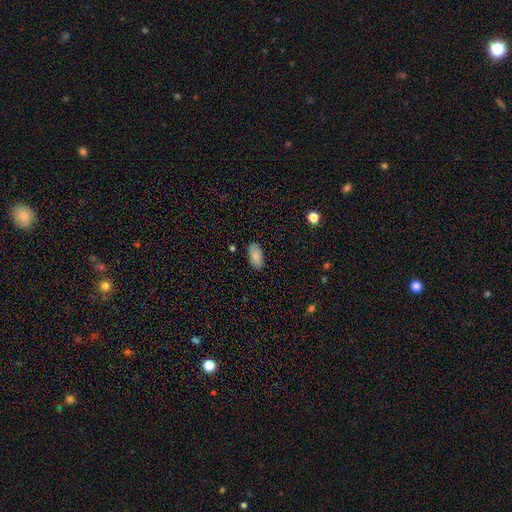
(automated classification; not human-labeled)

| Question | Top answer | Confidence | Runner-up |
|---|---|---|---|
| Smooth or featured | smooth | 82% | featured or disk (11%) |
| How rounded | in between | 94% | cigar-shaped (3%) |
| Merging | none | 85% | minor disturbance (12%) |